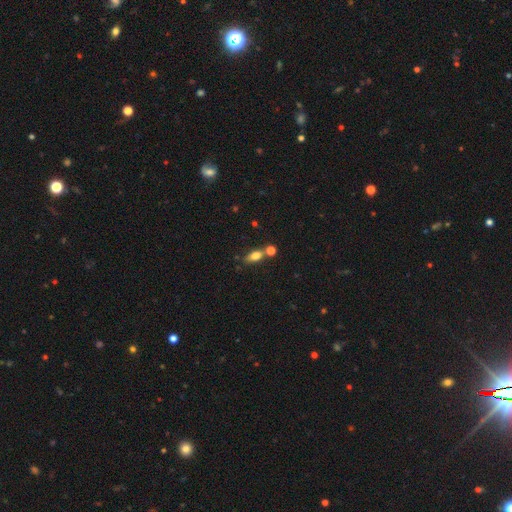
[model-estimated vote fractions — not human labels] smooth-or-featured: smooth: 72% | featured or disk: 17% | star or artifact: 10%
  how-rounded: in between: 75% | cigar-shaped: 14% | round: 10%
  merging: none: 61% | merger: 22% | minor disturbance: 13% | major disturbance: 4%